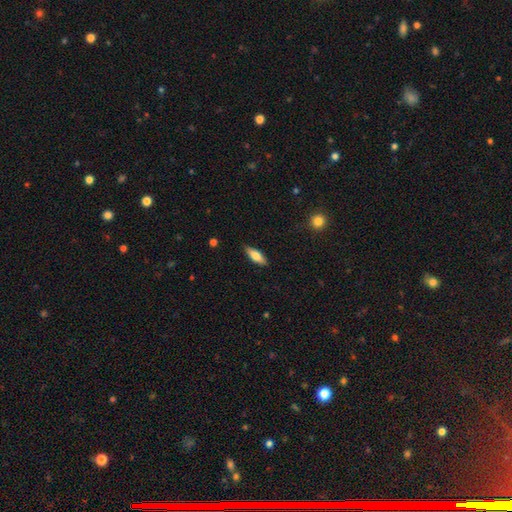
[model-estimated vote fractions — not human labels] smooth 72%, featured or disk 22%, star or artifact 6%. Down the decision tree: how rounded — in between (61%); merging — none (86%).